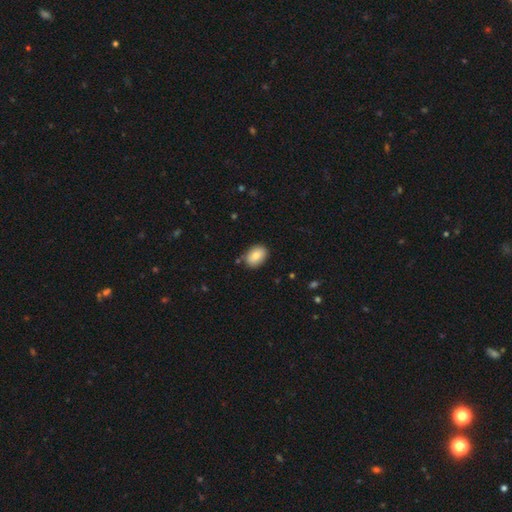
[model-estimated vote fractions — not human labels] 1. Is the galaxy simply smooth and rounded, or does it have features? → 82% smooth, 10% featured or disk, 7% star or artifact.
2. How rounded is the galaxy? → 83% in between, 16% round, 1% cigar-shaped.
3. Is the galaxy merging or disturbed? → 82% none, 13% minor disturbance, 3% merger, 2% major disturbance.